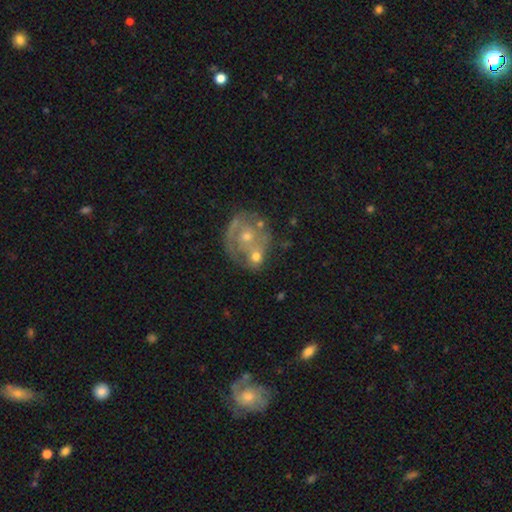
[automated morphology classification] Smooth or featured? featured or disk (61%)
Edge-on disk? no (97%)
Bar? no (82%)
Spiral arms? no (51%)
Bulge size? moderate (51%)
Merging? merger (39%)